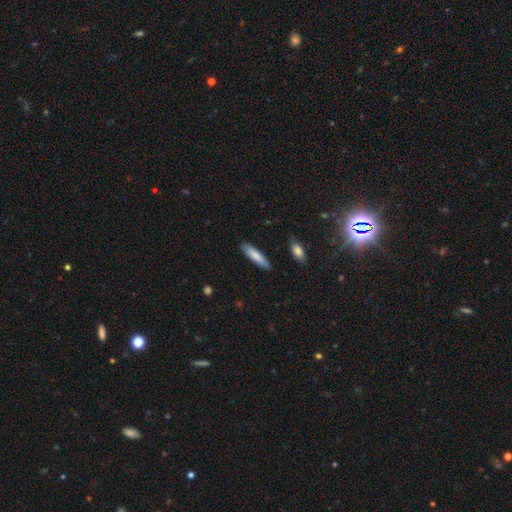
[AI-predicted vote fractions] A smooth galaxy with no disk features (82%) that is cigar-shaped (74%). Merging: none (87%).